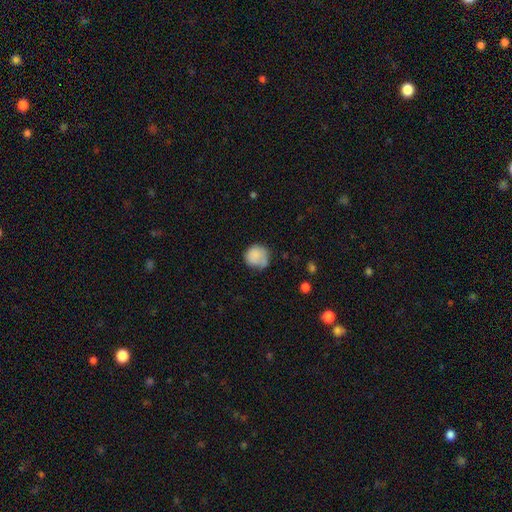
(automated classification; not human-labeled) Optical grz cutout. It shows a smooth galaxy with no disk features (82%) that is round (86%). Merging: none (52%).